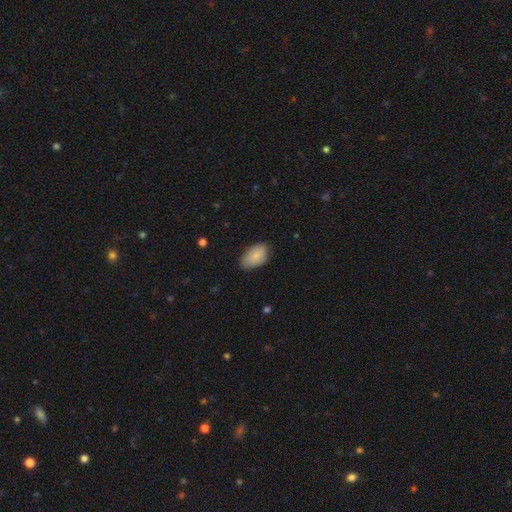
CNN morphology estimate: Smooth or featured?
  - smooth: 84% *
  - featured or disk: 9%
  - star or artifact: 6%
How rounded?
  - in between: 94% *
  - round: 5%
  - cigar-shaped: 2%
Merging?
  - none: 75% *
  - minor disturbance: 21%
  - major disturbance: 3%
  - merger: 1%